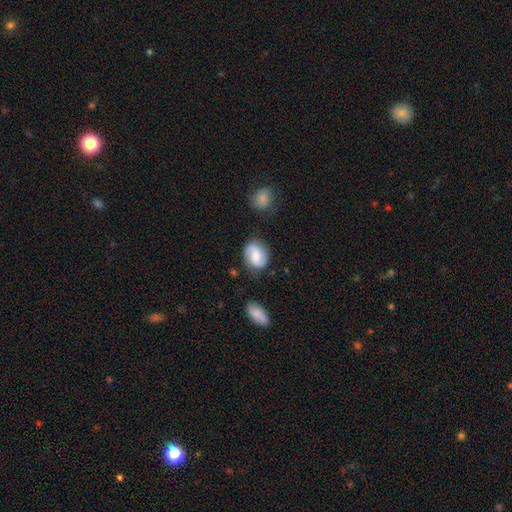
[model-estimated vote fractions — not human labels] This appears to be a smooth galaxy with no disk features (53%) that is in between round and cigar-shaped (61%). Merging: none (74%).